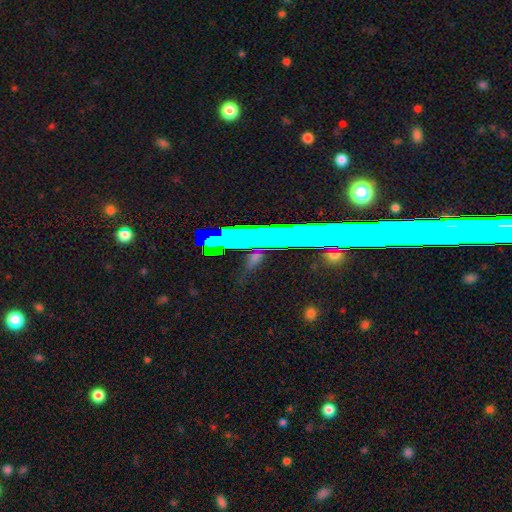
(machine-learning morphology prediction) A star or artifact, not a galaxy (52%).